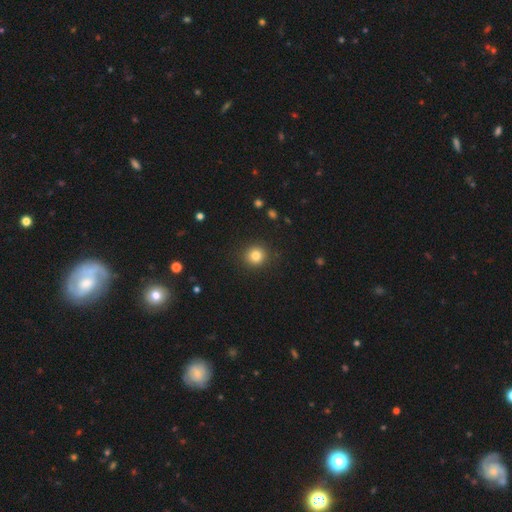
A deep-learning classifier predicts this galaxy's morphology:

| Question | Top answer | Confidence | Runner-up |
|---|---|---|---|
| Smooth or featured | smooth | 83% | star or artifact (12%) |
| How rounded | round | 90% | in between (9%) |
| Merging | none | 91% | minor disturbance (6%) |